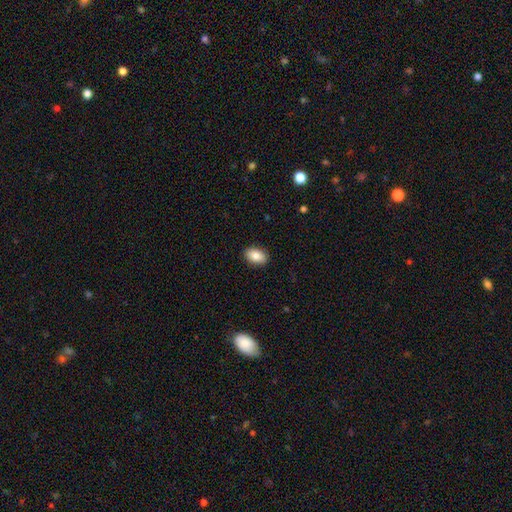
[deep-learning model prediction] Morphology: type=smooth (85%); roundness=in between (88%); merging=none (90%).